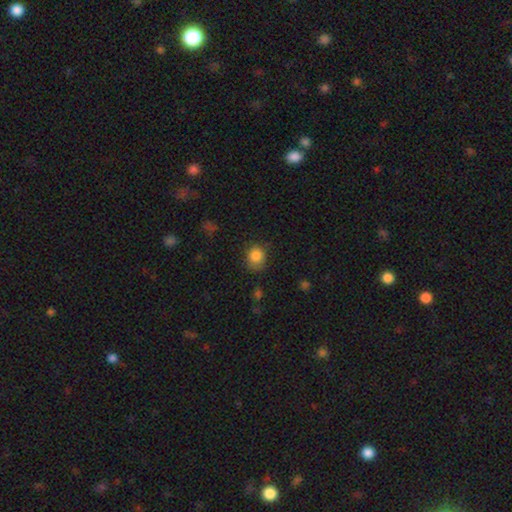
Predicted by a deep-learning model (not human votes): A smooth galaxy with no disk features (84%) that is round (75%).

Vote fractions:
- Smooth or featured? smooth: 84% / star or artifact: 10% / featured or disk: 6%
- How rounded? round: 75% / in between: 24% / cigar-shaped: 1%
- Merging? none: 69% / minor disturbance: 23% / major disturbance: 6% / merger: 2%